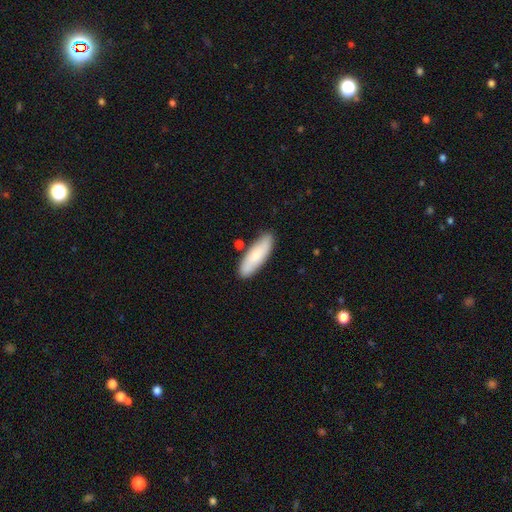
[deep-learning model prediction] smooth 78%, featured or disk 17%, star or artifact 6%. Down the decision tree: how rounded — cigar-shaped (51%); merging — none (82%).